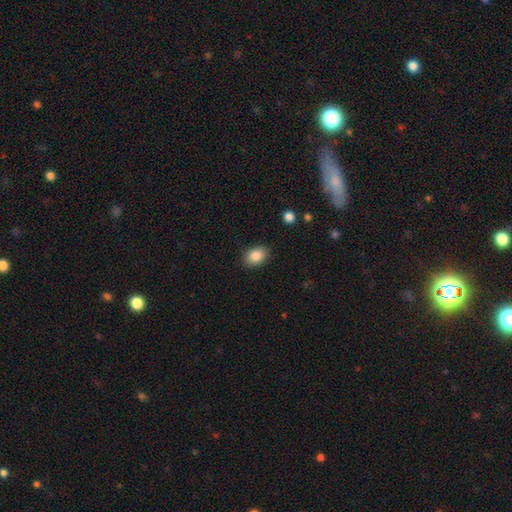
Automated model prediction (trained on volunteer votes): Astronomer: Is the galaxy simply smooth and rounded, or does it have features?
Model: smooth — 85%.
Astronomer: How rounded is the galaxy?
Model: in between — 75%.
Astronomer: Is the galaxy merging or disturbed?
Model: none — 86%.